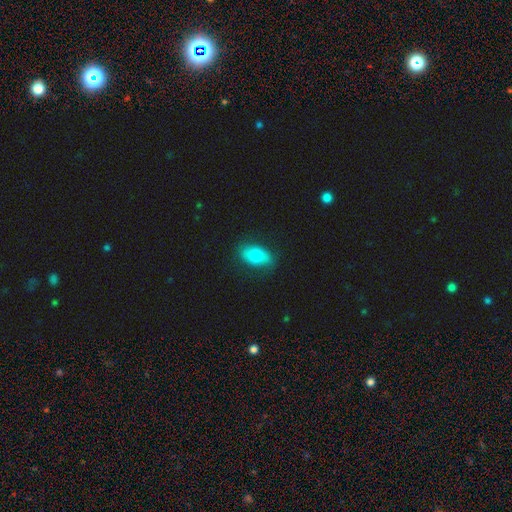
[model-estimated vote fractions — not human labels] Q: Smooth or featured?
A: smooth (73%); runner-up: featured or disk (20%)
Q: How rounded?
A: in between (88%); runner-up: round (9%)
Q: Merging?
A: none (82%); runner-up: minor disturbance (13%)